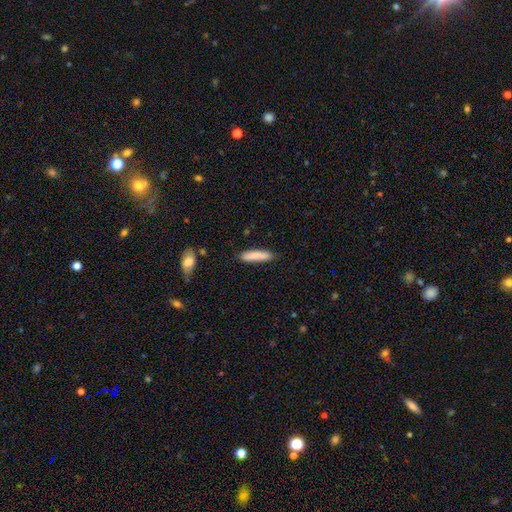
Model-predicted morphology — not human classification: This is clearly a smooth galaxy (85%). How rounded: likely cigar-shaped (79%). Merging: clearly none (82%).